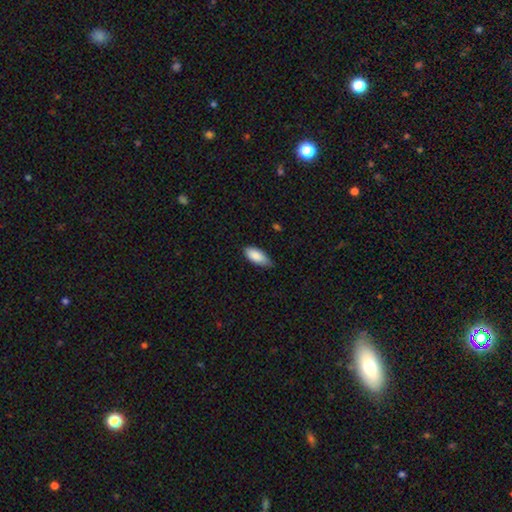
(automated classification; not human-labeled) Q: Smooth or featured?
A: smooth (88%); runner-up: featured or disk (6%)
Q: How rounded?
A: in between (87%); runner-up: cigar-shaped (12%)
Q: Merging?
A: none (63%); runner-up: minor disturbance (32%)